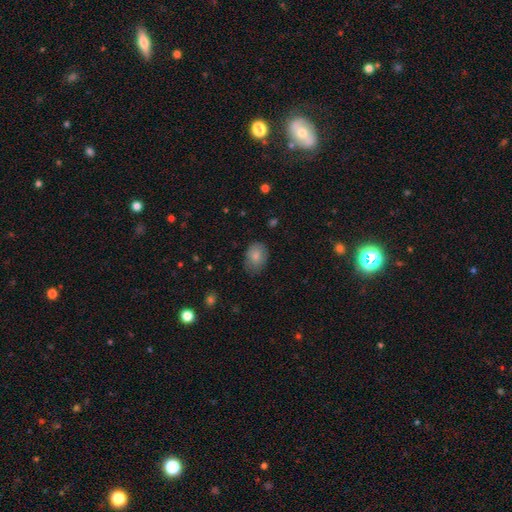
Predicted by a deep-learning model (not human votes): This appears to be a smooth galaxy with no disk features (82%) that is in between round and cigar-shaped (77%). Merging: none (74%).